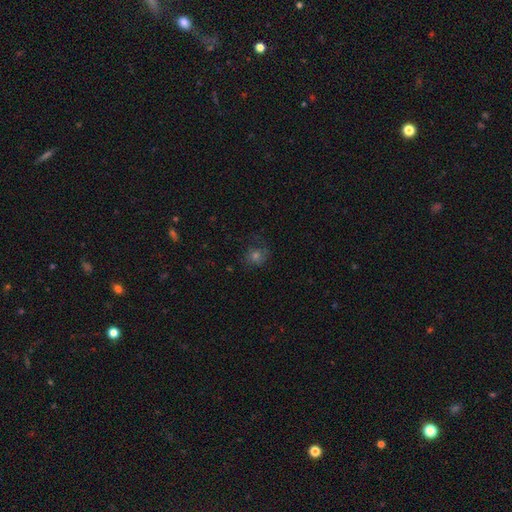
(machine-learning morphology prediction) Smooth or featured?
  - smooth: 46% *
  - featured or disk: 30%
  - star or artifact: 24%
Merging?
  - none: 66% *
  - minor disturbance: 18%
  - major disturbance: 14%
  - merger: 2%